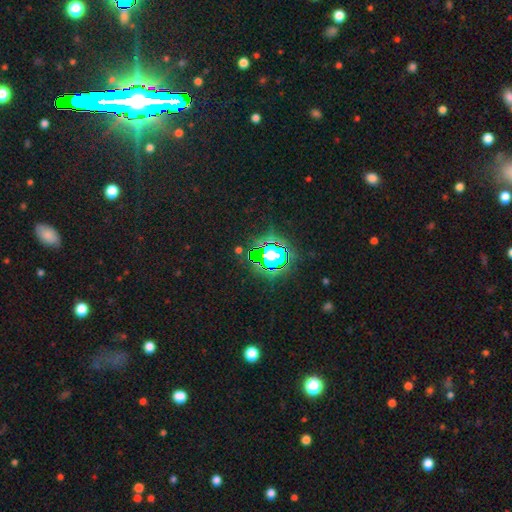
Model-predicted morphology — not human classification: This is clearly a star or artifact rather than a galaxy (82%).